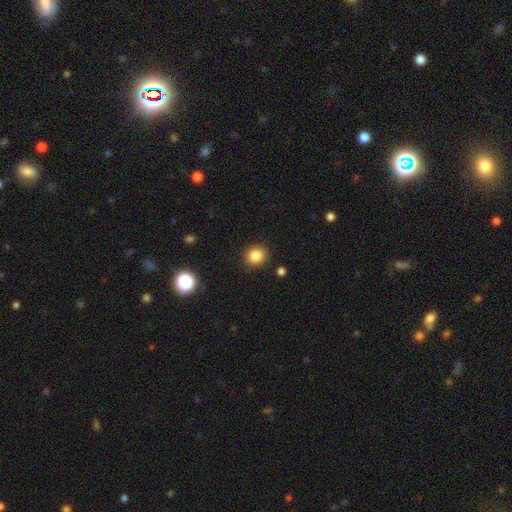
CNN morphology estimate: smooth-or-featured: smooth: 85% | star or artifact: 11% | featured or disk: 5%
  how-rounded: round: 77% | in between: 22% | cigar-shaped: 1%
  merging: none: 88% | minor disturbance: 8% | major disturbance: 2% | merger: 2%